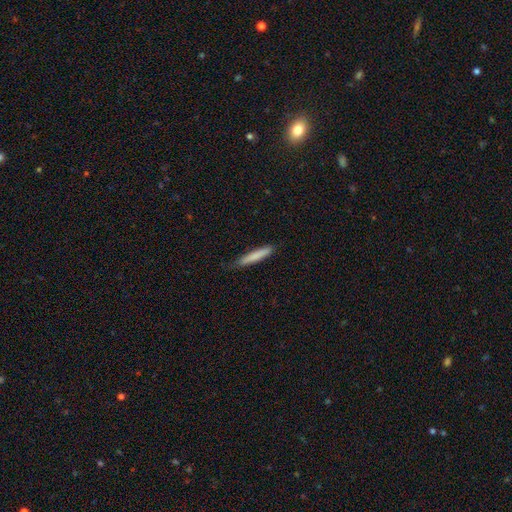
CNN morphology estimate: Smooth or featured? smooth (81%)
How rounded? cigar-shaped (94%)
Merging? none (80%)